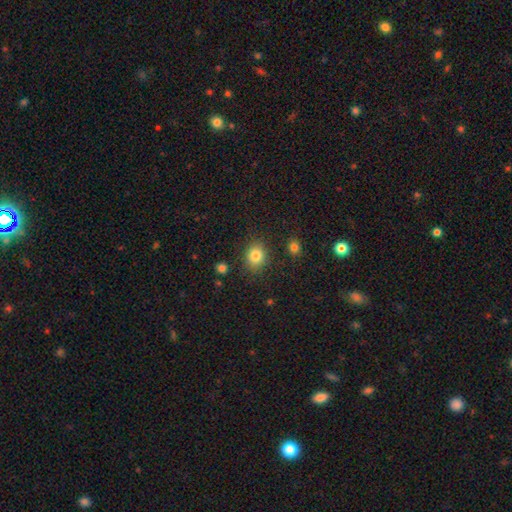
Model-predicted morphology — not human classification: type=smooth (82%); roundness=round (63%); merging=none (84%).